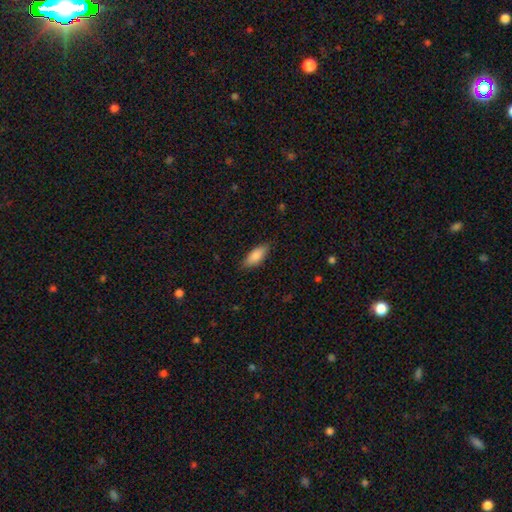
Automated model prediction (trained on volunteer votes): smooth_or_featured: smooth (p=0.84) [alt: featured or disk p=0.10]
how_rounded: in between (p=0.77) [alt: cigar-shaped p=0.21]
merging: none (p=0.85) [alt: minor disturbance p=0.12]